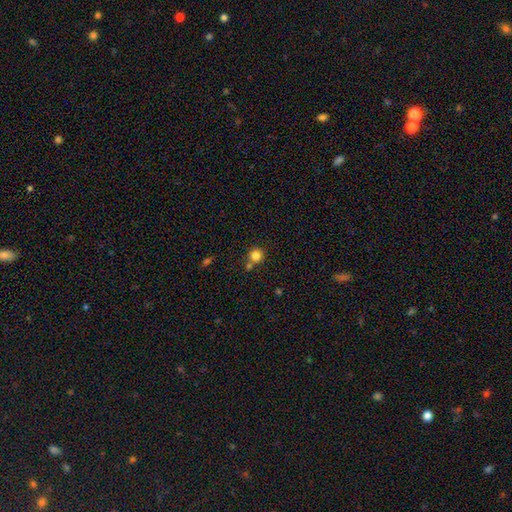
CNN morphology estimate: Smooth or featured? smooth (83%)
How rounded? round (93%)
Merging? none (68%)